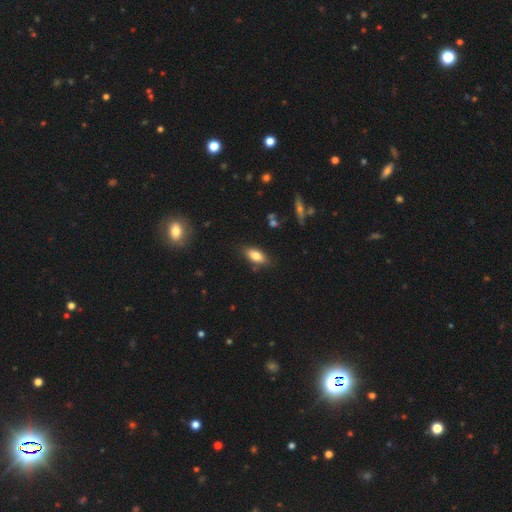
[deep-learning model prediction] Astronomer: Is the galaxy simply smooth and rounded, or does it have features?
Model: smooth — 81%.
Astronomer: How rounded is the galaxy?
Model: in between — 87%.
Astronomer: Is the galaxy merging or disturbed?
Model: none — 81%.